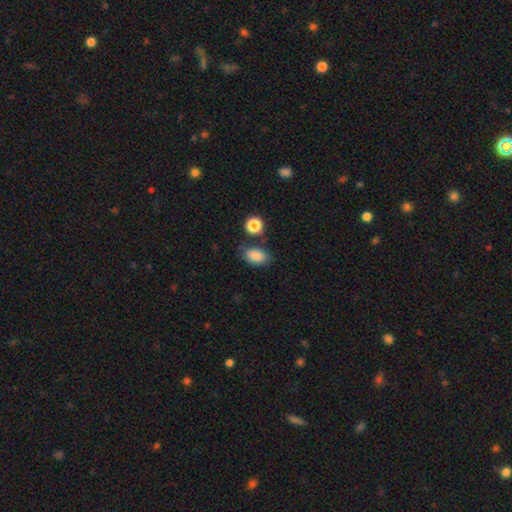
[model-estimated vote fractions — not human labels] Smooth or featured? Predicted: smooth (p=0.86). How rounded? Predicted: in between (p=0.87). Merging? Predicted: none (p=0.71).